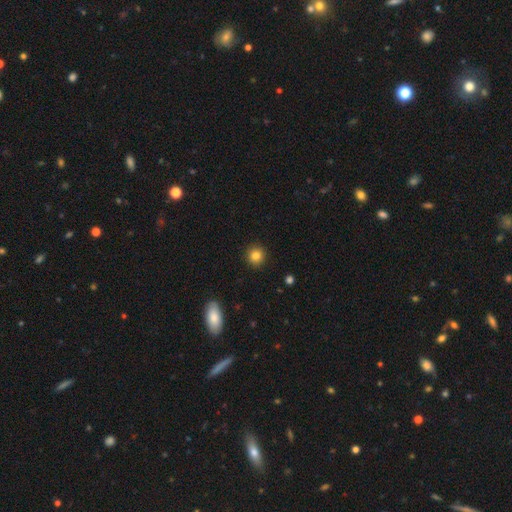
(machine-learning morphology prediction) type=smooth (84%); roundness=round (91%); merging=none (92%).